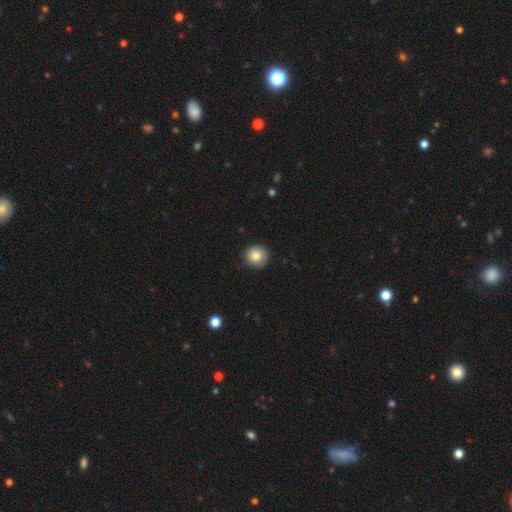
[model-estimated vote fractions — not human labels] The model was most divided on "smooth or featured": smooth: 83%, star or artifact: 9%, featured or disk: 8%. More confident: how rounded — round (93%); merging — none (90%).